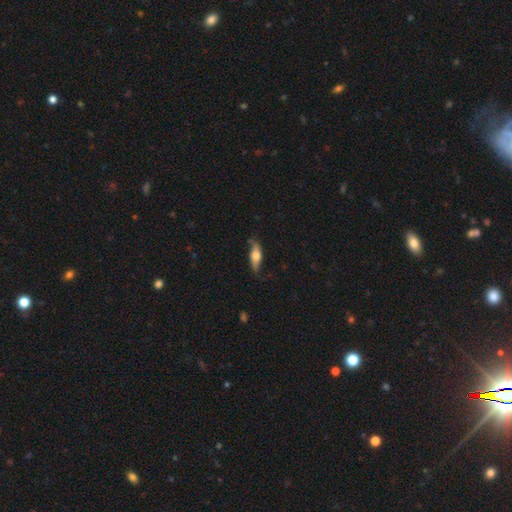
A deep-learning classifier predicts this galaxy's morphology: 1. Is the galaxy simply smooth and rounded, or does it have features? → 49% smooth, 45% featured or disk, 6% star or artifact.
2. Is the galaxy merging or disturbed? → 72% none, 22% minor disturbance, 5% major disturbance, 2% merger.